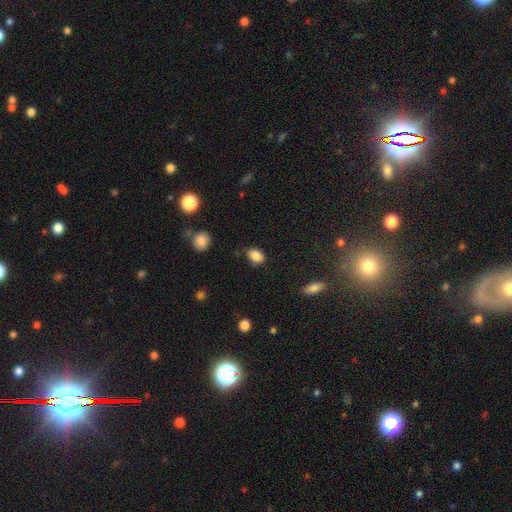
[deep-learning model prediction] Q: Smooth or featured?
A: smooth (86%); runner-up: star or artifact (9%)
Q: How rounded?
A: in between (73%); runner-up: round (26%)
Q: Merging?
A: none (76%); runner-up: minor disturbance (19%)